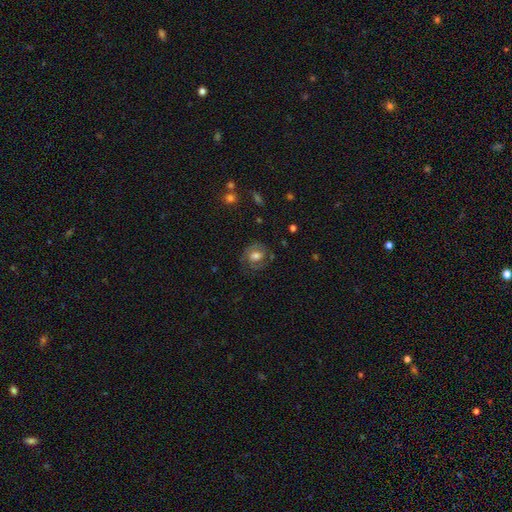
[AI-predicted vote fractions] The model was most divided on "smooth or featured": featured or disk: 48%, smooth: 43%, star or artifact: 9%. More confident: merging — none (71%).